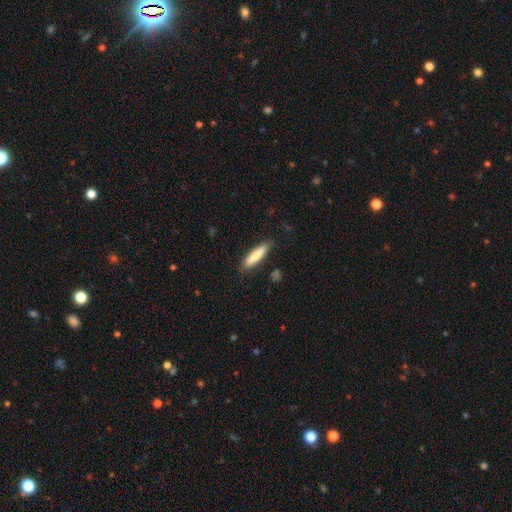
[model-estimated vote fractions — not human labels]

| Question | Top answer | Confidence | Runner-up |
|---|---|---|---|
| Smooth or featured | smooth | 81% | featured or disk (14%) |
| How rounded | cigar-shaped | 80% | in between (19%) |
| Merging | none | 86% | minor disturbance (10%) |